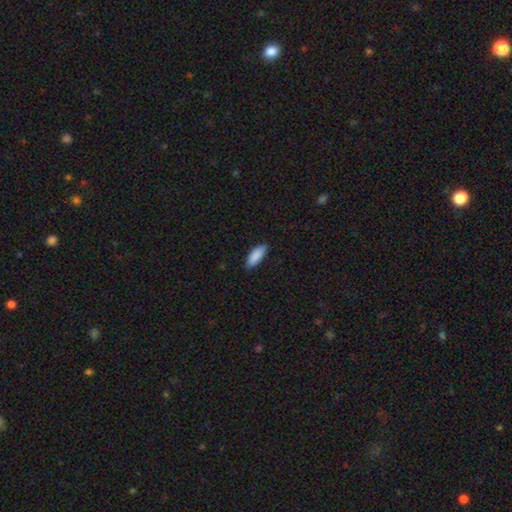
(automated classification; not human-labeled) This appears to be a smooth galaxy with no disk features (89%) that is in between round and cigar-shaped (74%). Merging: none (84%).